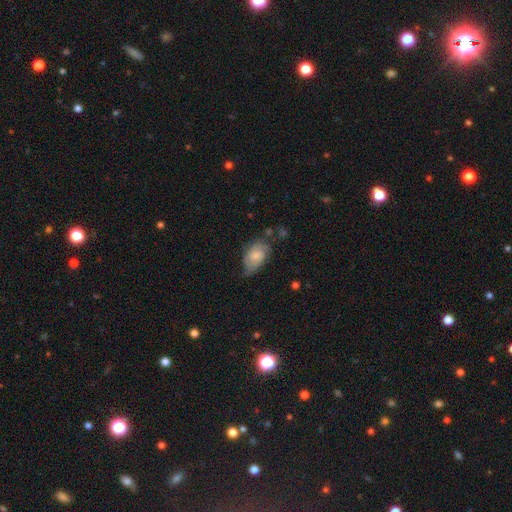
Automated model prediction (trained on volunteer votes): Q: Smooth or featured?
A: featured or disk (48%); runner-up: smooth (45%)
Q: Merging?
A: none (48%); runner-up: minor disturbance (34%)